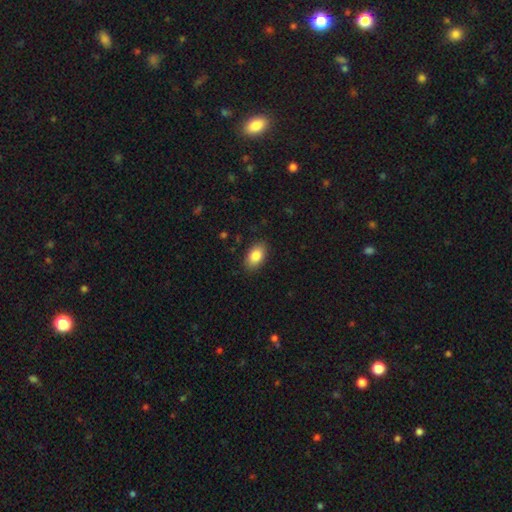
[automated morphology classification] Smooth or featured?
  - smooth: 85% *
  - featured or disk: 7%
  - star or artifact: 7%
How rounded?
  - in between: 92% *
  - round: 7%
  - cigar-shaped: 2%
Merging?
  - none: 87% *
  - minor disturbance: 10%
  - major disturbance: 2%
  - merger: 1%